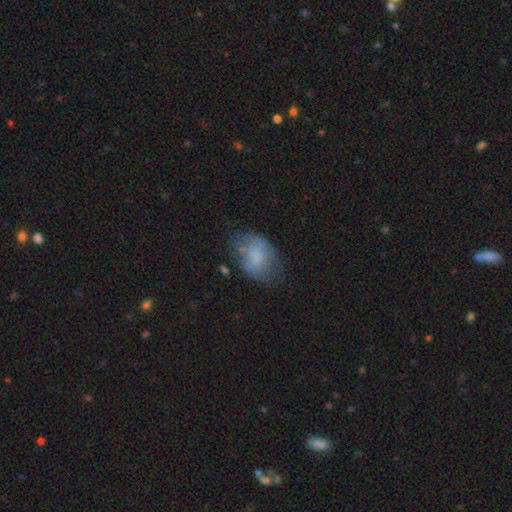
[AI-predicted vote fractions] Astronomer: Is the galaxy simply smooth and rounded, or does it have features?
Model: smooth — 68%.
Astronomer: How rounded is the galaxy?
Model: in between — 80%.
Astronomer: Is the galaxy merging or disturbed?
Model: none — 49% (runner-up: minor disturbance, 31%).